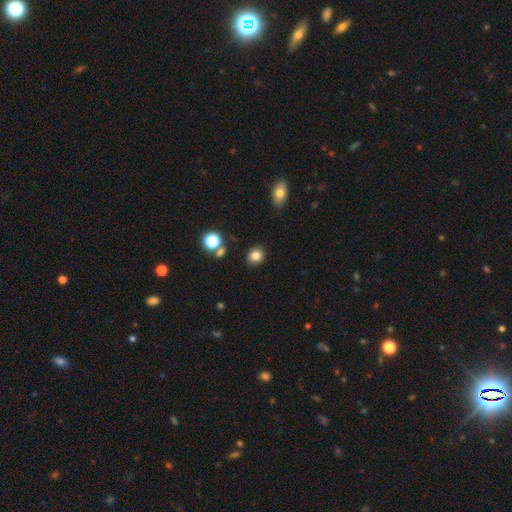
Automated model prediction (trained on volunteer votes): Q: Smooth or featured?
A: smooth (81%); runner-up: star or artifact (12%)
Q: How rounded?
A: round (69%); runner-up: in between (30%)
Q: Merging?
A: none (86%); runner-up: minor disturbance (9%)